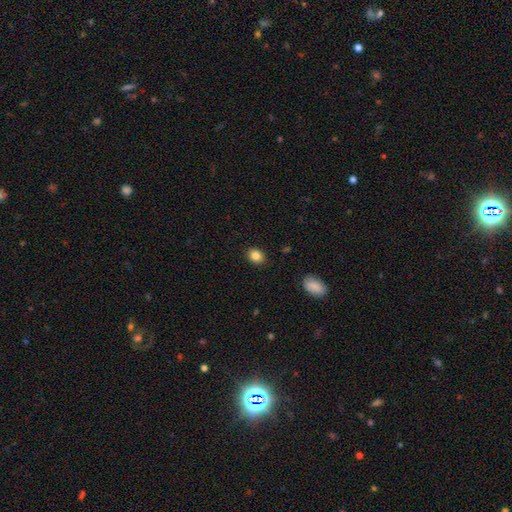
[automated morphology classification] Smooth or featured?
  - smooth: 85% *
  - star or artifact: 10%
  - featured or disk: 6%
How rounded?
  - in between: 53% *
  - round: 46%
  - cigar-shaped: 1%
Merging?
  - none: 89% *
  - minor disturbance: 8%
  - major disturbance: 2%
  - merger: 1%